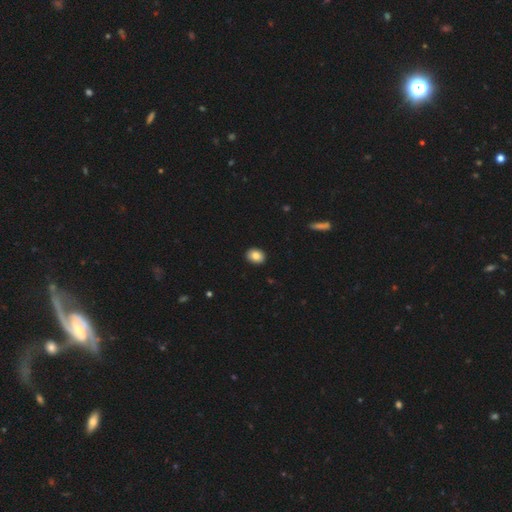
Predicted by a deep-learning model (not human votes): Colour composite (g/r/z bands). It shows a smooth galaxy with no disk features (85%) that is in between round and cigar-shaped (61%). Merging: none (92%).